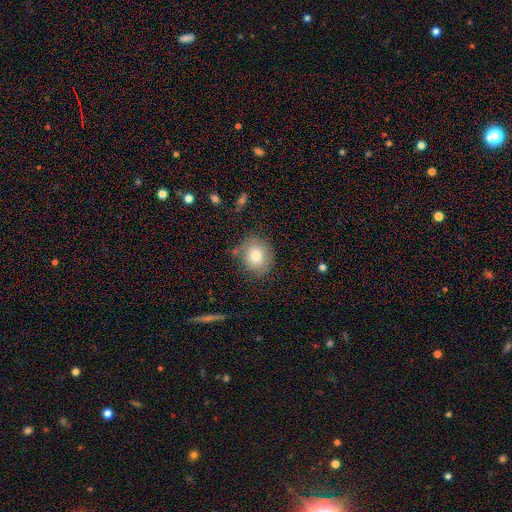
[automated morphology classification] smooth 77%, featured or disk 13%, star or artifact 10%. Down the decision tree: how rounded — round (80%); merging — none (76%).